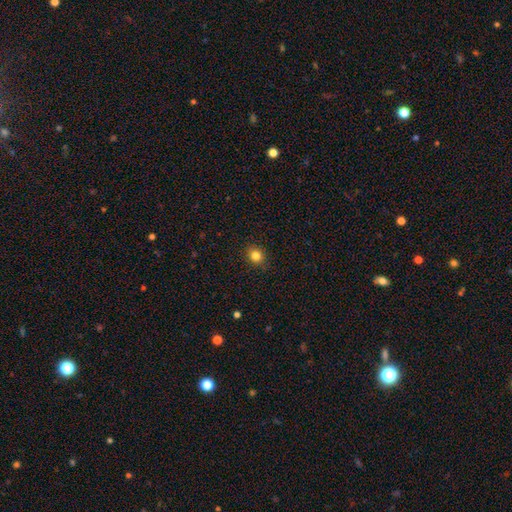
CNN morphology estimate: A smooth galaxy with no disk features (83%) that is round (73%). Merging: none (90%).